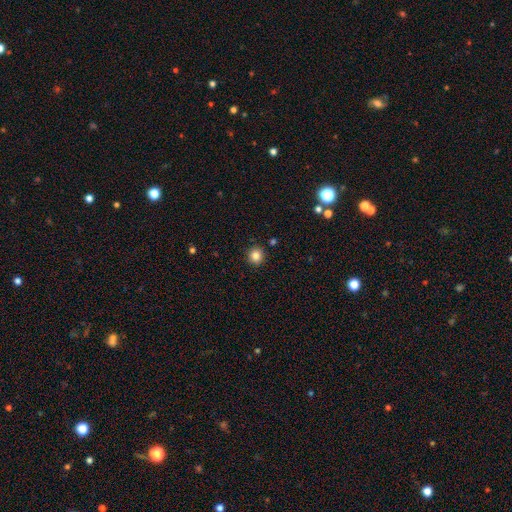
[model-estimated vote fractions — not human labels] The model was most divided on "smooth or featured": smooth: 83%, star or artifact: 11%, featured or disk: 5%. More confident: how rounded — round (93%); merging — none (91%).